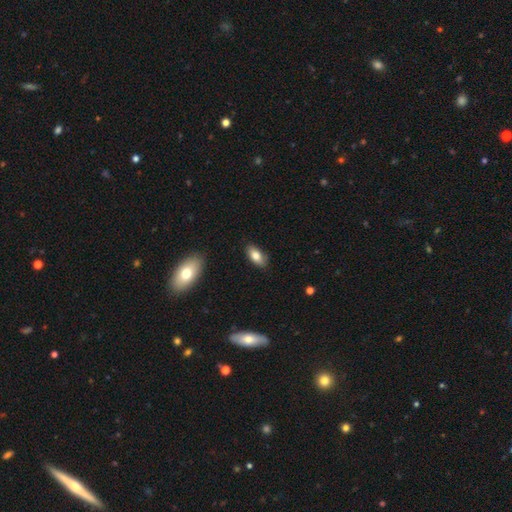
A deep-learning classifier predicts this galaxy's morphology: A smooth galaxy with no disk features (80%) that is in between round and cigar-shaped (89%).

Vote fractions:
- Smooth or featured? smooth: 80% / featured or disk: 13% / star or artifact: 7%
- How rounded? in between: 89% / cigar-shaped: 8% / round: 3%
- Merging? none: 82% / minor disturbance: 14% / major disturbance: 2% / merger: 1%